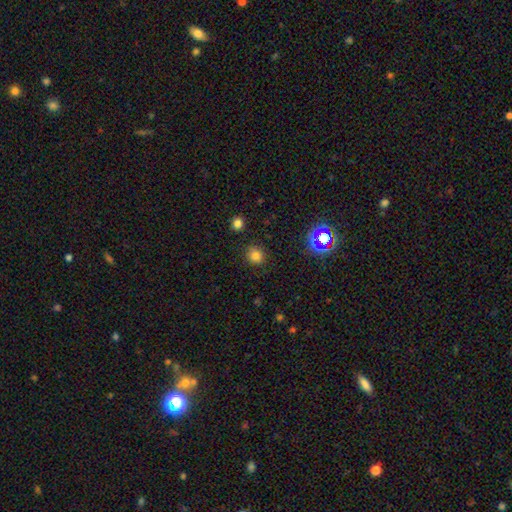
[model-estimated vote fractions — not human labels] Smooth or featured?
  - smooth: 77% *
  - star or artifact: 17%
  - featured or disk: 5%
How rounded?
  - round: 83% *
  - in between: 16%
  - cigar-shaped: 1%
Merging?
  - none: 85% *
  - minor disturbance: 10%
  - major disturbance: 3%
  - merger: 2%